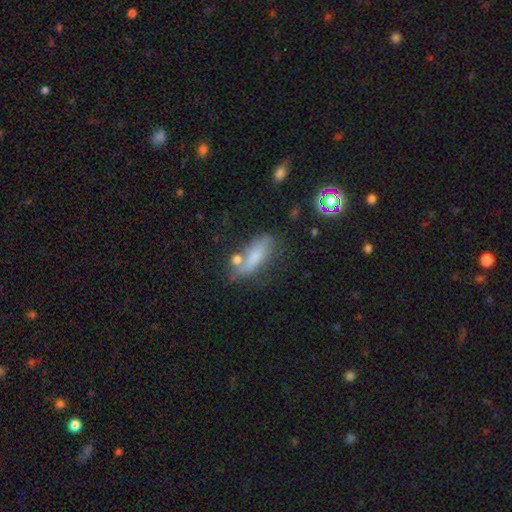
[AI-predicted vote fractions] Overall: smooth (64%). How rounded: in between (63%; cigar-shaped 33%). Merging: none (57%; minor disturbance 22%).